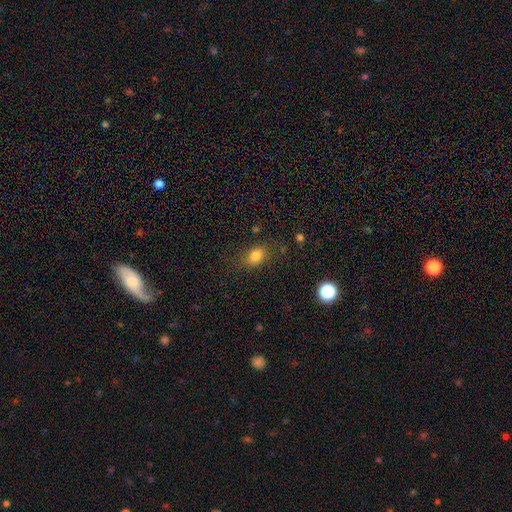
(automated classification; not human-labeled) This is likely a smooth galaxy (80%). How rounded: likely in between (63%). Merging: likely none (76%).